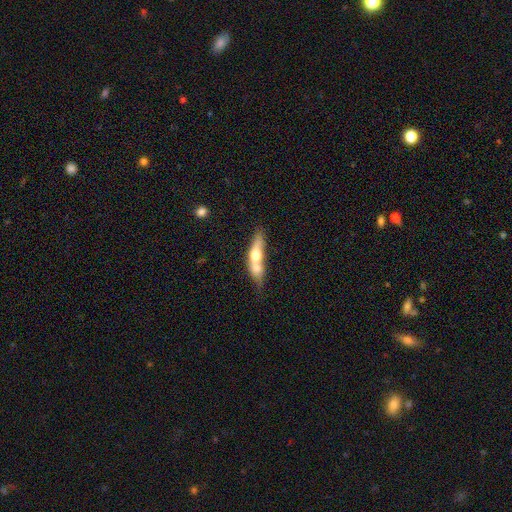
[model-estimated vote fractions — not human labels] This is possibly a smooth galaxy (50%). How rounded: possibly cigar-shaped (58%). Merging: possibly merger (55%).